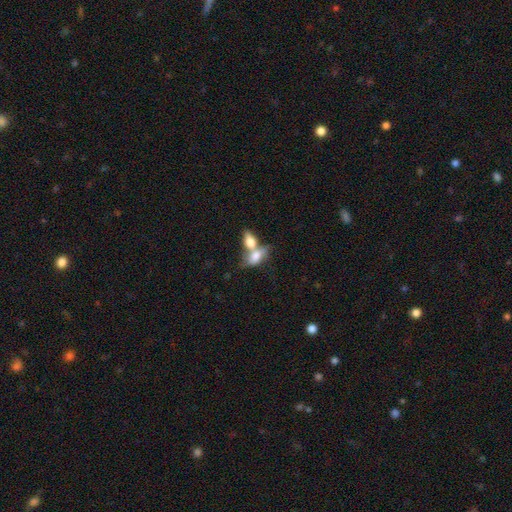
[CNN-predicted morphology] Q: Smooth or featured?
A: smooth (69%); runner-up: featured or disk (23%)
Q: How rounded?
A: in between (84%); runner-up: round (9%)
Q: Merging?
A: merger (69%); runner-up: none (18%)